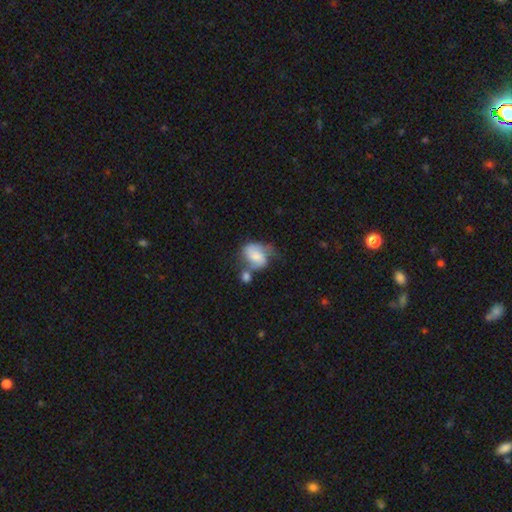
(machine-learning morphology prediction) The model was most divided on "merging": merger: 32%, none: 28%, minor disturbance: 22%, major disturbance: 17%. More confident: edge-on disk — no (97%); smooth or featured — featured or disk (50%).